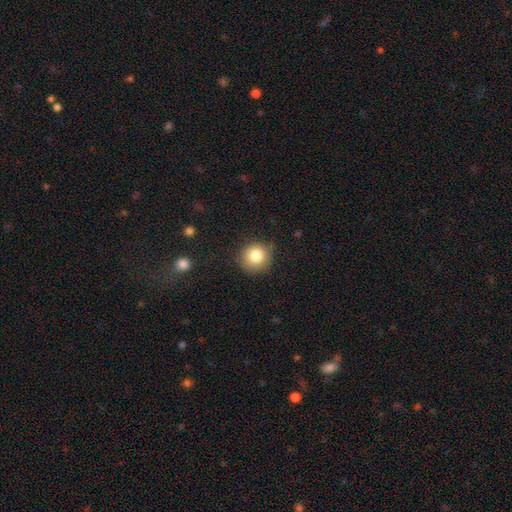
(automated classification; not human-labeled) Smooth or featured? smooth (81%)
How rounded? round (91%)
Merging? none (82%)